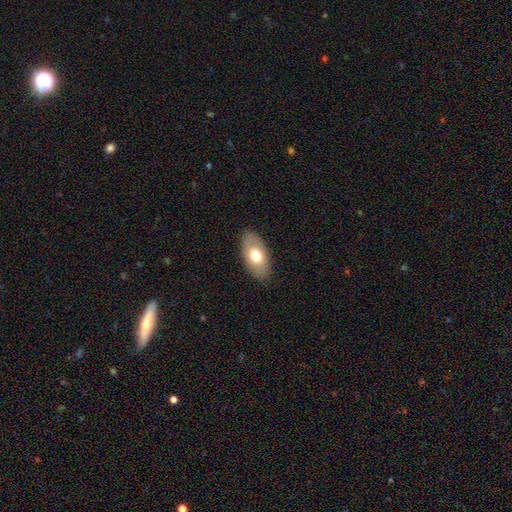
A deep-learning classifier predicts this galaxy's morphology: A smooth galaxy with no disk features (67%) that is in between round and cigar-shaped (93%).

Vote fractions:
- Smooth or featured? smooth: 67% / featured or disk: 27% / star or artifact: 6%
- How rounded? in between: 93% / round: 4% / cigar-shaped: 3%
- Merging? none: 84% / minor disturbance: 12% / major disturbance: 3% / merger: 1%